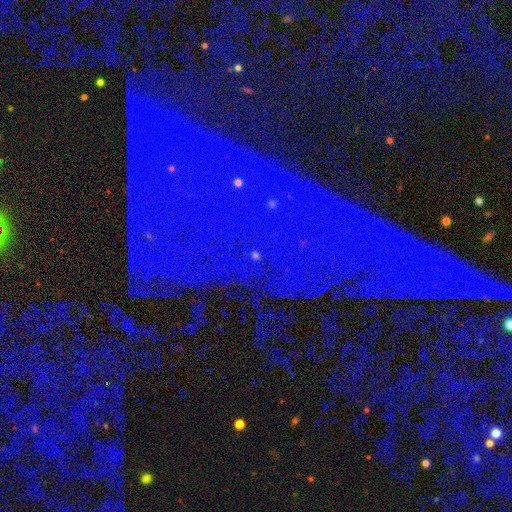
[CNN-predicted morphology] Q: Smooth or featured?
A: star or artifact (83%); runner-up: smooth (9%)